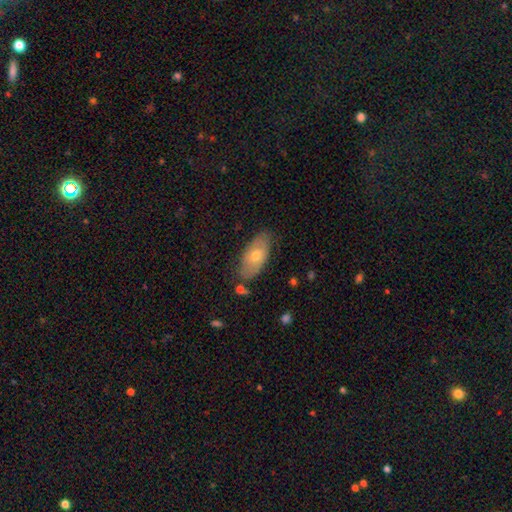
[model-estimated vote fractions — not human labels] Overall: smooth (58%; featured or disk 36%). How rounded: in between (90%). Merging: none (76%).